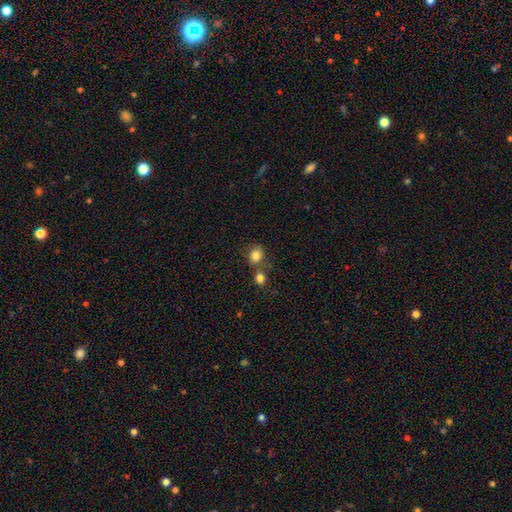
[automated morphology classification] This appears to be a smooth galaxy with no disk features (82%) that is round (68%). Merging: none (57%).